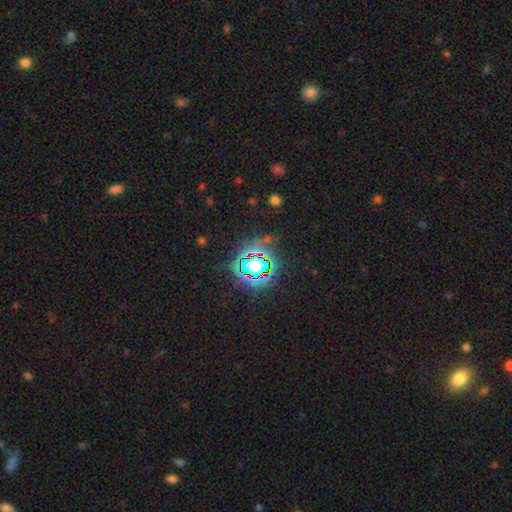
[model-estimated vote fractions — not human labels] smooth-or-featured: star or artifact: 80% | smooth: 13% | featured or disk: 8%